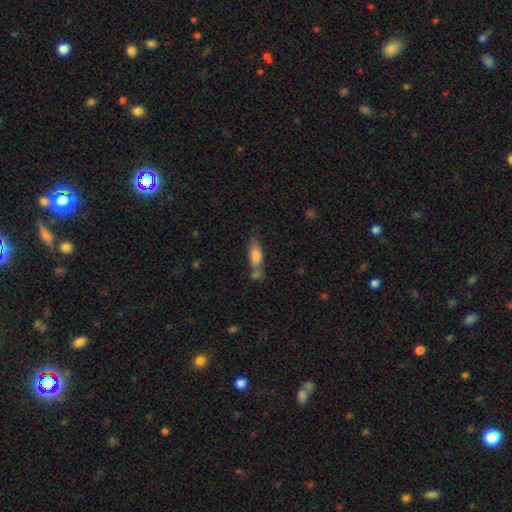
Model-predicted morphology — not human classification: Smooth or featured?
  - smooth: 78% *
  - featured or disk: 14%
  - star or artifact: 8%
How rounded?
  - in between: 62% *
  - cigar-shaped: 35%
  - round: 3%
Merging?
  - none: 42% *
  - merger: 35%
  - minor disturbance: 16%
  - major disturbance: 7%